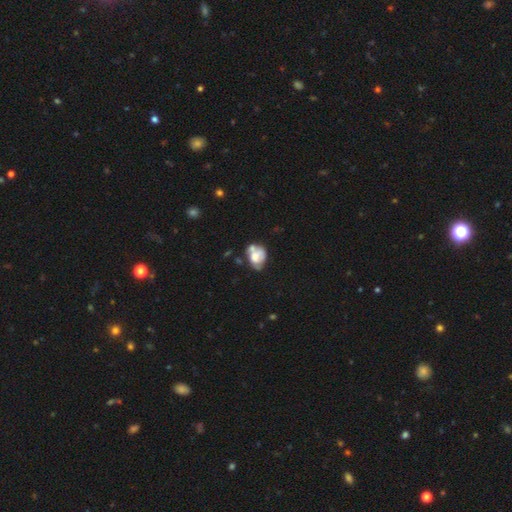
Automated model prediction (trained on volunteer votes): smooth 57%, featured or disk 34%, star or artifact 9%. Down the decision tree: how rounded — in between (64%); merging — merger (34%).